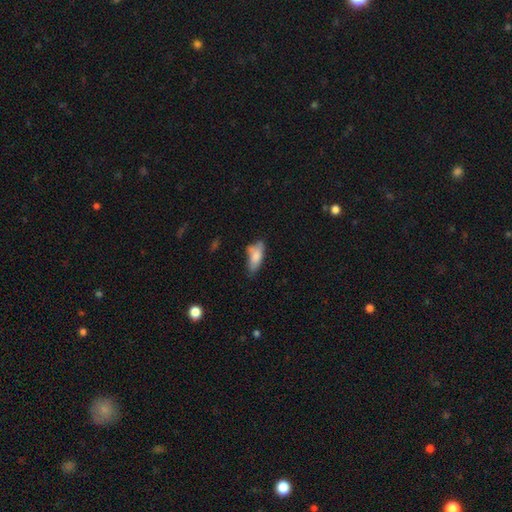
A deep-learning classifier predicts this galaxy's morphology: smooth 77%, featured or disk 16%, star or artifact 8%. Down the decision tree: how rounded — in between (77%); merging — none (48%).